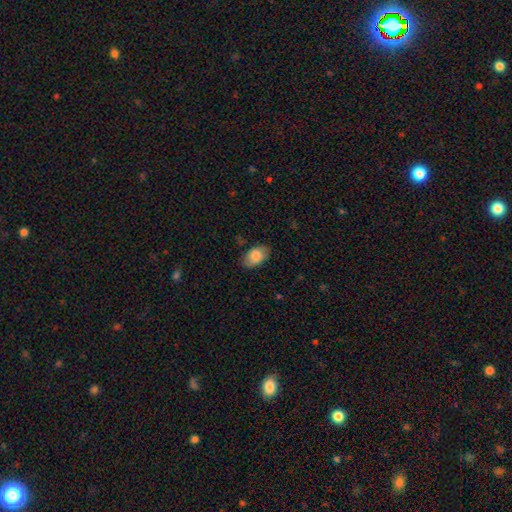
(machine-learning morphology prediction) Smooth or featured: smooth — 82% (featured or disk — 11%)
How rounded: in between — 92% (round — 6%)
Merging: none — 81% (minor disturbance — 15%)